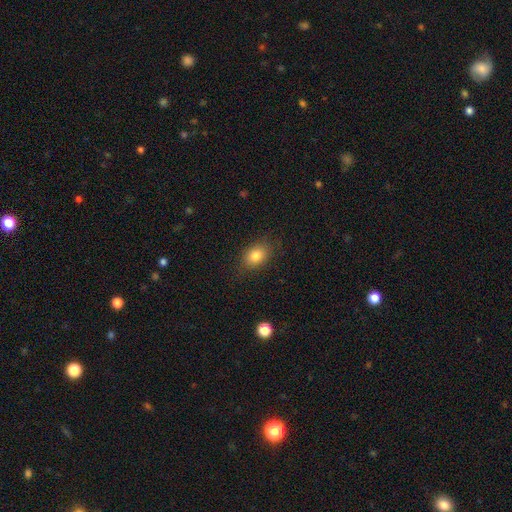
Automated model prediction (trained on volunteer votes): This appears to be a smooth galaxy with no disk features (81%) that is in between round and cigar-shaped (71%). Merging: none (83%).